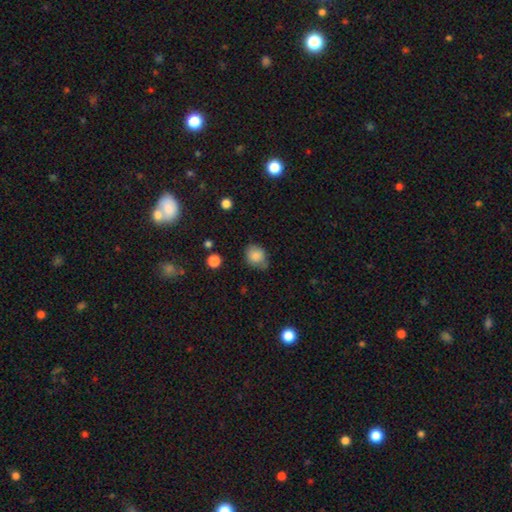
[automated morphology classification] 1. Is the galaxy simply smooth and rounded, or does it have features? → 85% smooth, 9% star or artifact, 6% featured or disk.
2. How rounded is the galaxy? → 65% round, 34% in between, 1% cigar-shaped.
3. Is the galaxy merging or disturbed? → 66% none, 24% minor disturbance, 5% major disturbance, 4% merger.